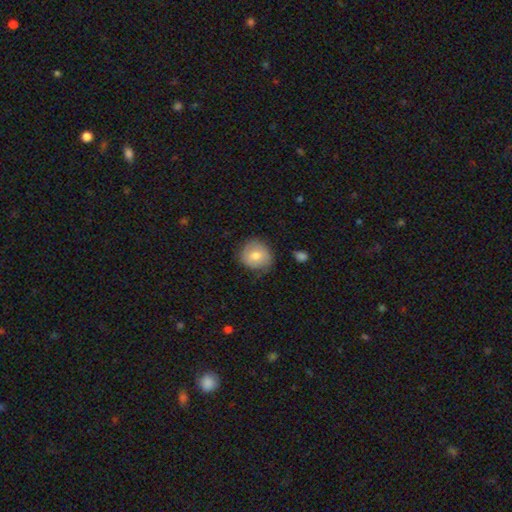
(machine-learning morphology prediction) A smooth galaxy with no disk features (68%) that is round (84%).

Vote fractions:
- Smooth or featured? smooth: 68% / featured or disk: 24% / star or artifact: 7%
- How rounded? round: 84% / in between: 15% / cigar-shaped: 1%
- Merging? none: 67% / minor disturbance: 24% / major disturbance: 7% / merger: 2%